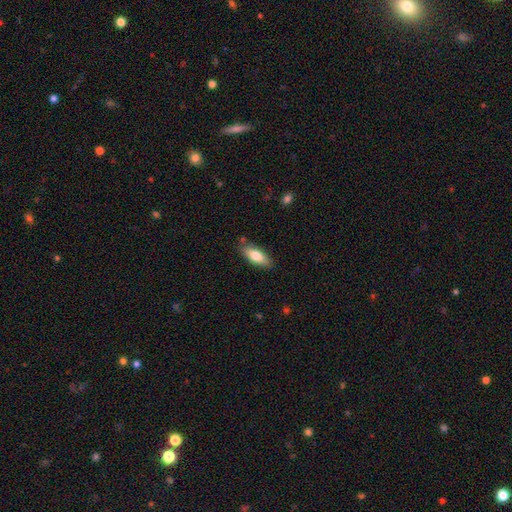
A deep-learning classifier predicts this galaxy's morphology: smooth_or_featured: smooth (p=0.76) [alt: featured or disk p=0.18]
how_rounded: in between (p=0.73) [alt: cigar-shaped p=0.25]
merging: none (p=0.83) [alt: minor disturbance p=0.12]